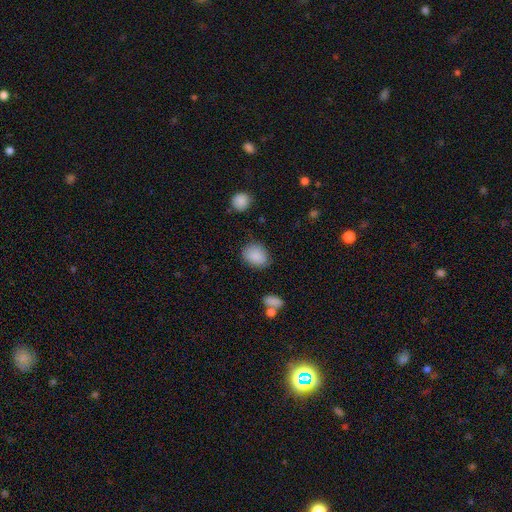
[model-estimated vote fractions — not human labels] This is clearly a smooth galaxy (87%). How rounded: possibly in between (58%). Merging: likely none (78%).